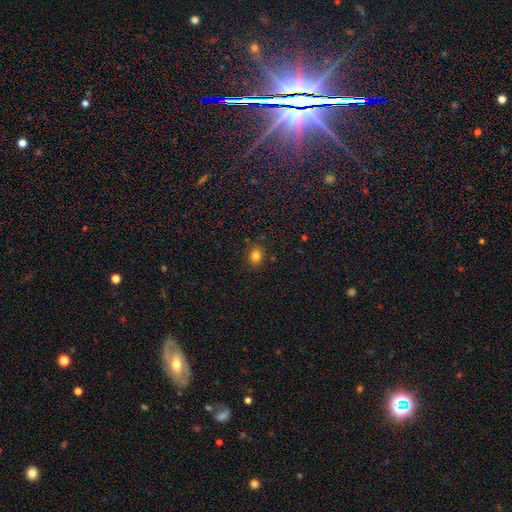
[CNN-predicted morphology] smooth_or_featured: smooth (p=0.82) [alt: star or artifact p=0.13]
how_rounded: round (p=0.56) [alt: in between p=0.43]
merging: none (p=0.86) [alt: minor disturbance p=0.09]